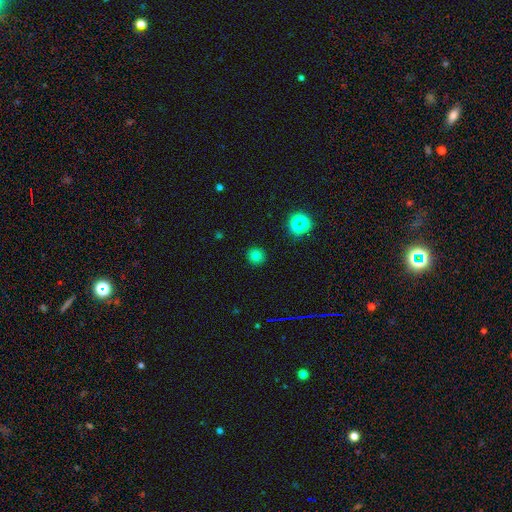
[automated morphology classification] The model was most divided on "smooth or featured": smooth: 75%, star or artifact: 18%, featured or disk: 7%. More confident: how rounded — round (95%); merging — none (91%).